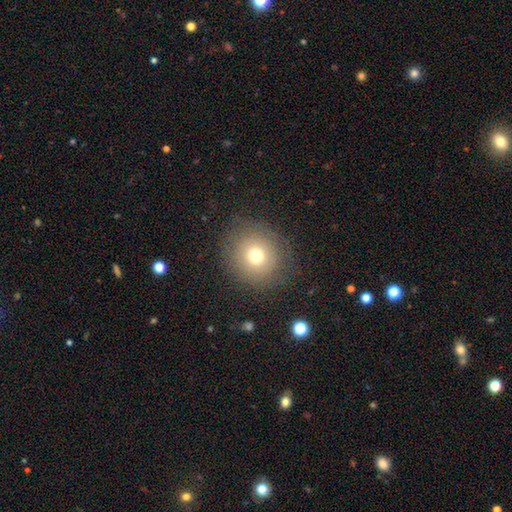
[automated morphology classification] Overall: smooth (70%). How rounded: round (88%). Merging: none (83%).